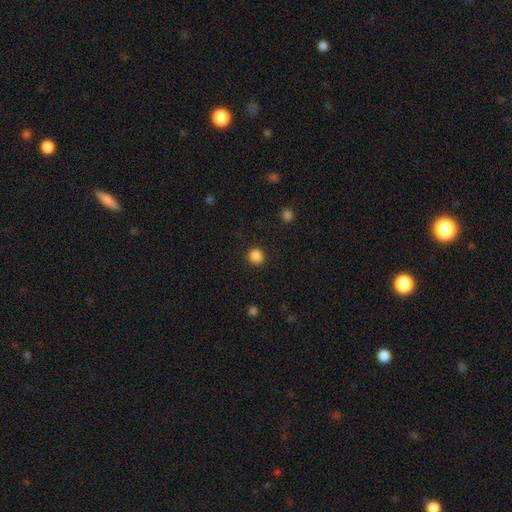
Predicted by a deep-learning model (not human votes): Overall: smooth (86%). How rounded: round (76%). Merging: none (87%).